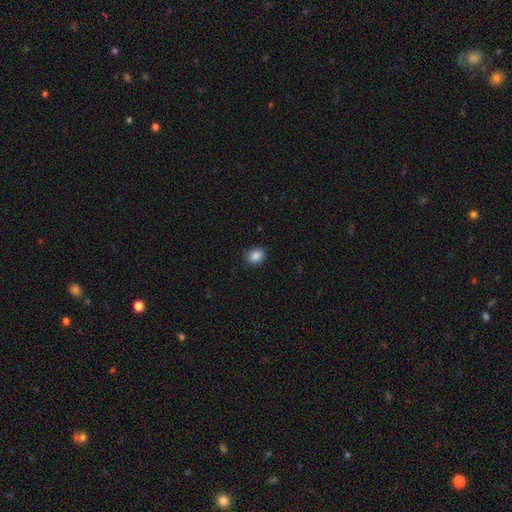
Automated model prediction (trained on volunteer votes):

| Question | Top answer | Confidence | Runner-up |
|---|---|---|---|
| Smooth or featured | smooth | 87% | star or artifact (9%) |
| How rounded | round | 68% | in between (31%) |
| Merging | none | 88% | minor disturbance (9%) |